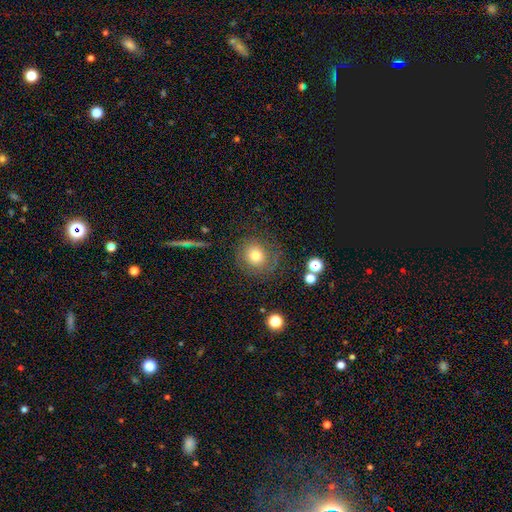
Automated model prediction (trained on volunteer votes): Smooth or featured?
  - smooth: 68% *
  - featured or disk: 20%
  - star or artifact: 12%
How rounded?
  - round: 87% *
  - in between: 12%
  - cigar-shaped: 1%
Merging?
  - none: 73% *
  - minor disturbance: 15%
  - major disturbance: 10%
  - merger: 2%